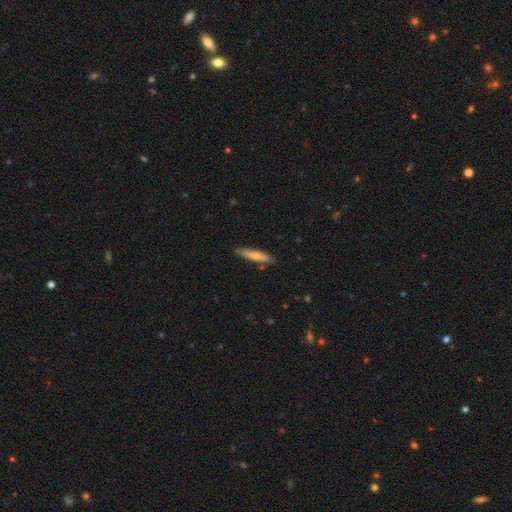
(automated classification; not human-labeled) A smooth galaxy with no disk features (63%) that is cigar-shaped (82%). Merging: none (82%).